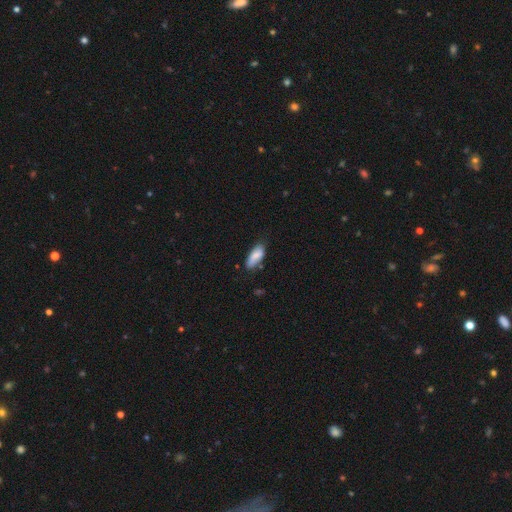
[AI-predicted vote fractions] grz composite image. It shows a smooth galaxy with no disk features (82%) that is in between round and cigar-shaped (79%). Merging: none (60%).